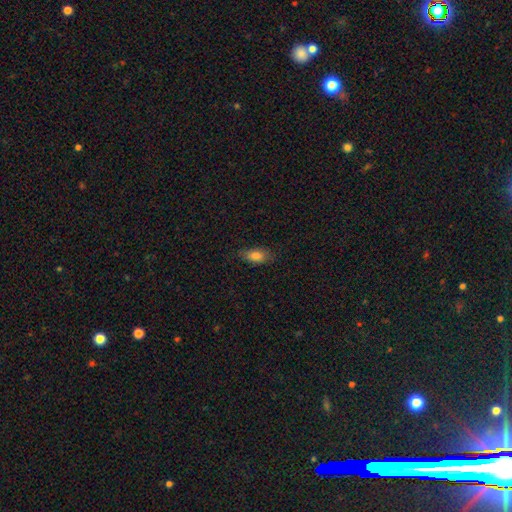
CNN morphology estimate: type=smooth (82%); roundness=in between (85%); merging=none (80%).